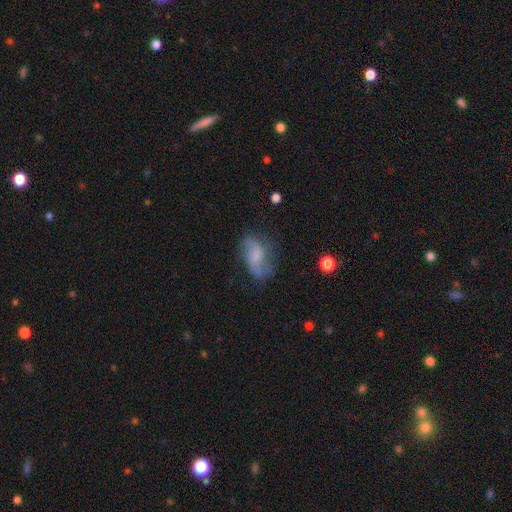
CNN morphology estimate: Smooth or featured?
  - featured or disk: 57% *
  - smooth: 33%
  - star or artifact: 10%
Edge-on disk?
  - no: 96% *
  - yes: 4%
Bar?
  - no: 46% *
  - weak: 42%
  - strong: 12%
Spiral arms?
  - yes: 86% *
  - no: 14%
Bulge size?
  - none: 44% *
  - small: 29%
  - moderate: 19%
  - large: 6%
  - dominant: 2%
Merging?
  - none: 60% *
  - minor disturbance: 24%
  - major disturbance: 14%
  - merger: 2%